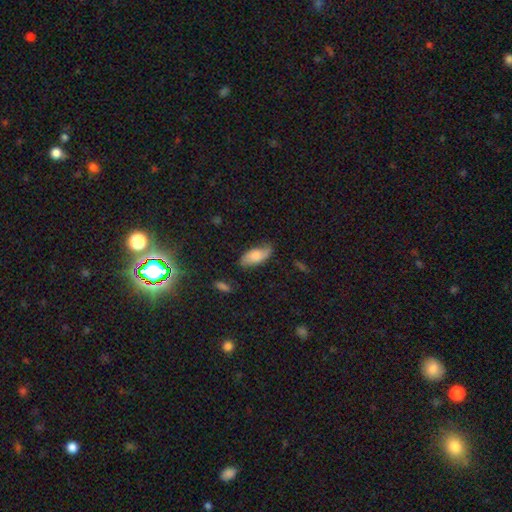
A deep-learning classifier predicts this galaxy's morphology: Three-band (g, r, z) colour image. It shows a smooth galaxy with no disk features (56%) that is in between round and cigar-shaped (87%). Merging: none (62%).